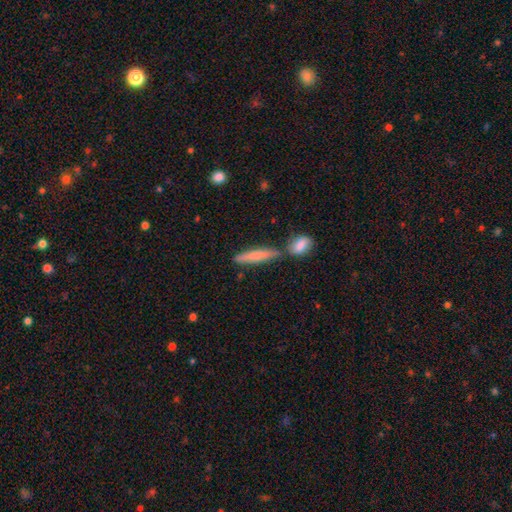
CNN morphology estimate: type=smooth (71%); roundness=cigar-shaped (86%); merging=none (66%).